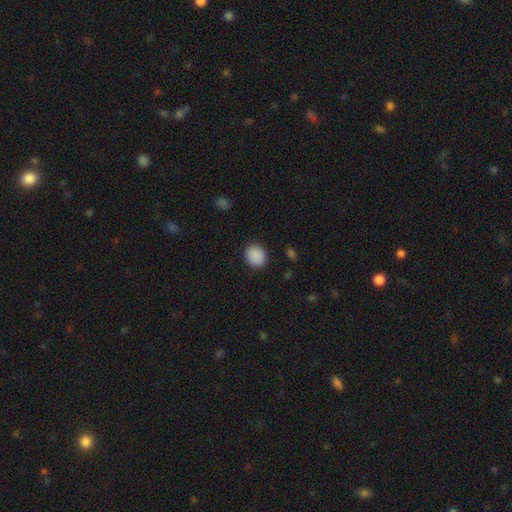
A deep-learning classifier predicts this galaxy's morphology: Q: Smooth or featured?
A: smooth (89%); runner-up: star or artifact (8%)
Q: How rounded?
A: round (74%); runner-up: in between (25%)
Q: Merging?
A: none (90%); runner-up: minor disturbance (7%)